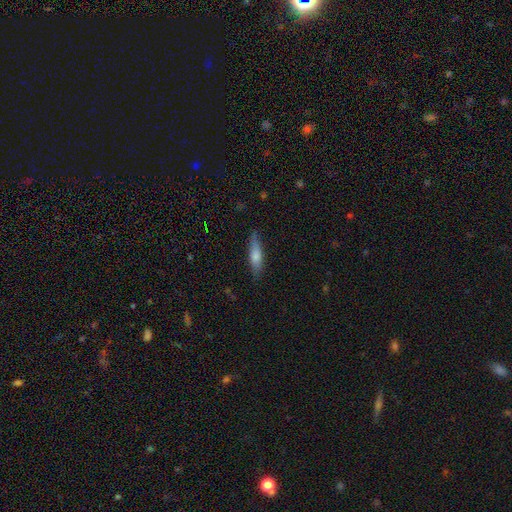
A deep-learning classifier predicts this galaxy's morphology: A smooth galaxy with no disk features (69%) that is cigar-shaped (69%).

Vote fractions:
- Smooth or featured? smooth: 69% / featured or disk: 25% / star or artifact: 6%
- How rounded? cigar-shaped: 69% / in between: 29% / round: 2%
- Merging? none: 79% / minor disturbance: 17% / major disturbance: 3% / merger: 1%